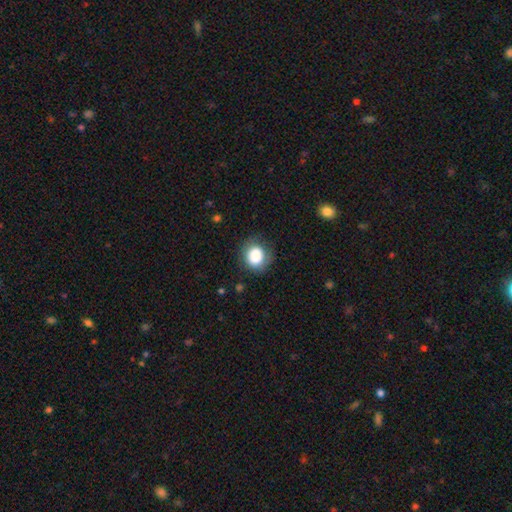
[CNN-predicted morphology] Smooth or featured: smooth — 85% (star or artifact — 9%)
How rounded: round — 69% (in between — 30%)
Merging: none — 79% (minor disturbance — 14%)